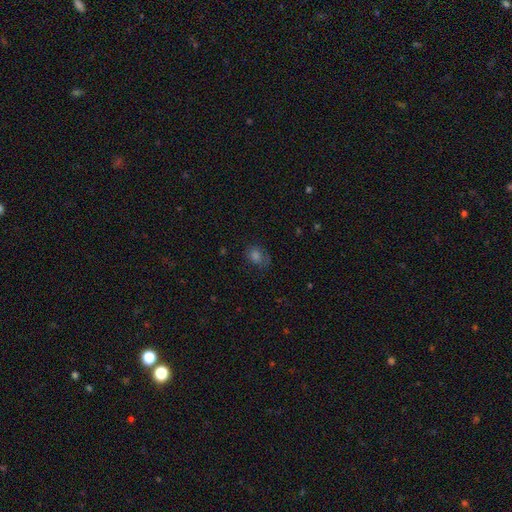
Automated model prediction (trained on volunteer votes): This appears to be a smooth galaxy with no disk features (61%) that is round (51%). Merging: none (67%).